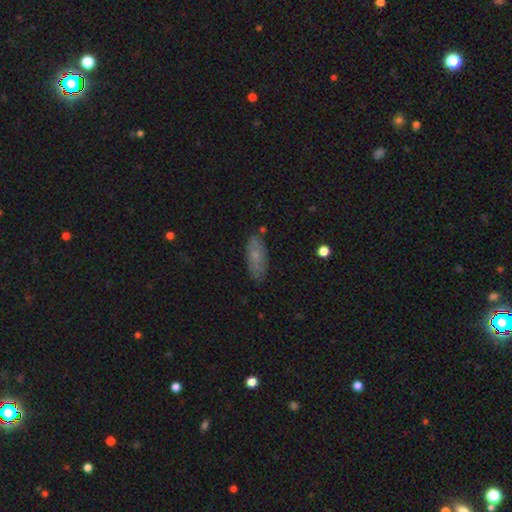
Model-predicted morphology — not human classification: Smooth or featured? smooth (64%)
How rounded? in between (71%)
Merging? none (77%)